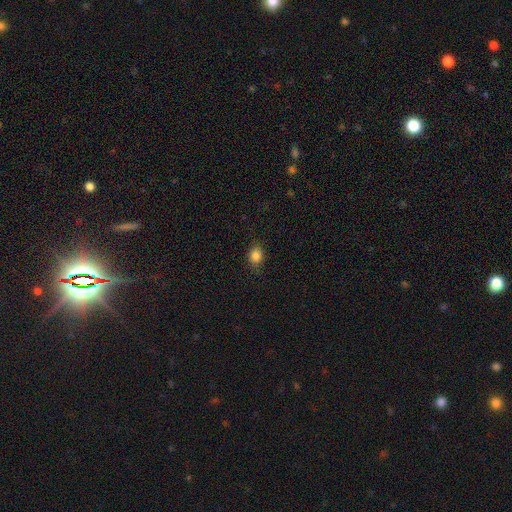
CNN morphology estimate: Smooth or featured?
  - smooth: 84% *
  - star or artifact: 11%
  - featured or disk: 5%
How rounded?
  - round: 53% *
  - in between: 46%
  - cigar-shaped: 1%
Merging?
  - none: 83% *
  - minor disturbance: 13%
  - major disturbance: 3%
  - merger: 1%